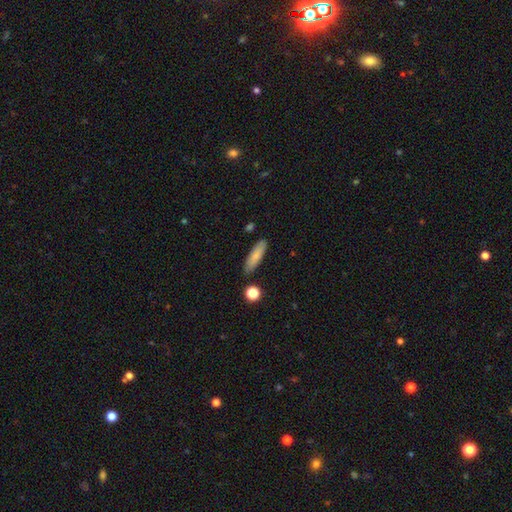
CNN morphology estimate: A smooth galaxy with no disk features (79%) that is cigar-shaped (62%). Merging: none (85%).